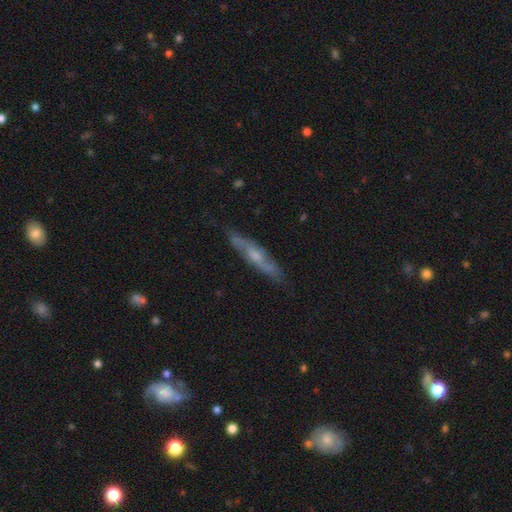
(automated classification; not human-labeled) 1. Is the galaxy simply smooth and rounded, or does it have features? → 63% featured or disk, 30% smooth, 8% star or artifact.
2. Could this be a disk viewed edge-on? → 66% yes, 34% no.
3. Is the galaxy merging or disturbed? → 78% none, 16% minor disturbance, 4% major disturbance, 2% merger.